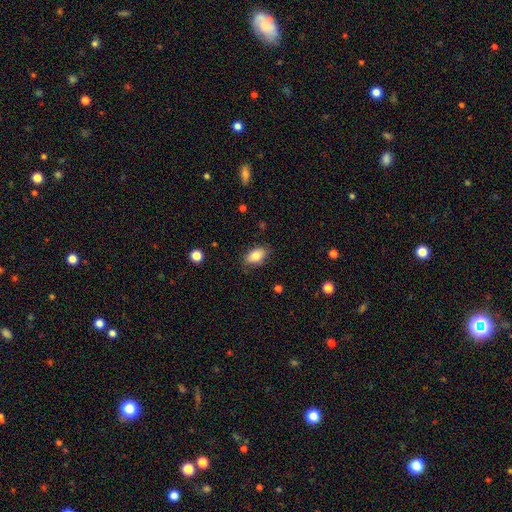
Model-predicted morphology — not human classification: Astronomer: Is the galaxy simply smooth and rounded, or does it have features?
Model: smooth — 82%.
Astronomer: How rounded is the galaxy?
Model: in between — 90%.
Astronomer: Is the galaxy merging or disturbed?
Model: none — 82%.